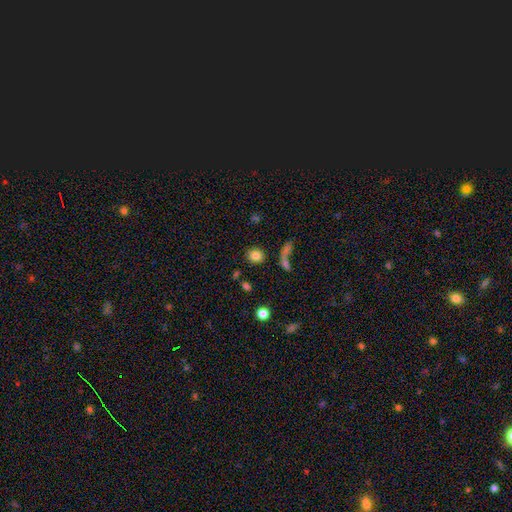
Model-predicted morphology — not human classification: Smooth or featured? Predicted: smooth (p=0.82). How rounded? Predicted: round (p=0.77). Merging? Predicted: none (p=0.76).